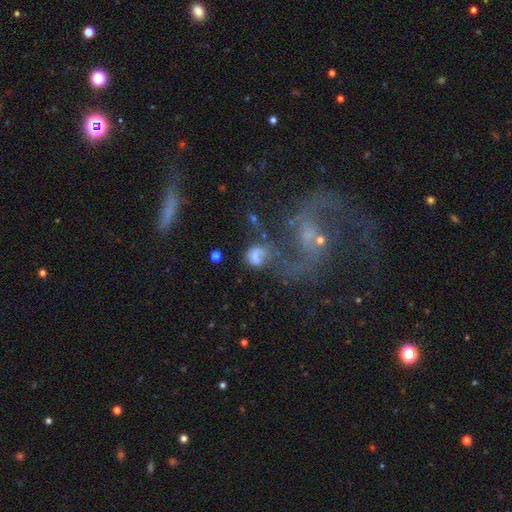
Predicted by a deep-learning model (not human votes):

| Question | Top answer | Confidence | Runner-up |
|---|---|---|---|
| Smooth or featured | smooth | 55% | featured or disk (29%) |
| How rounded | in between | 56% | round (41%) |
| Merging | major disturbance | 33% | none (25%) |